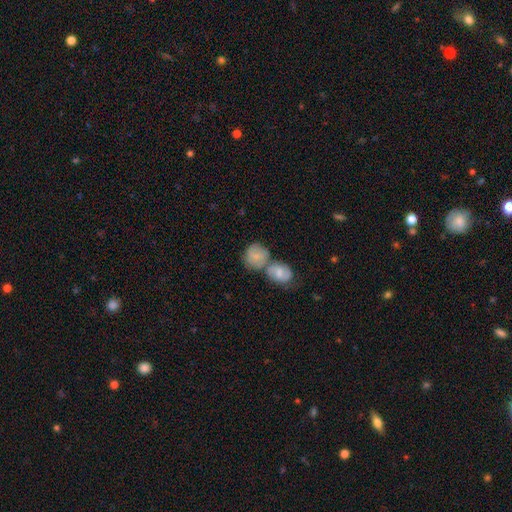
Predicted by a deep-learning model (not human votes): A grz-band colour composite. It shows a smooth galaxy with no disk features (71%) that is round (70%). Merging: merger (55%).